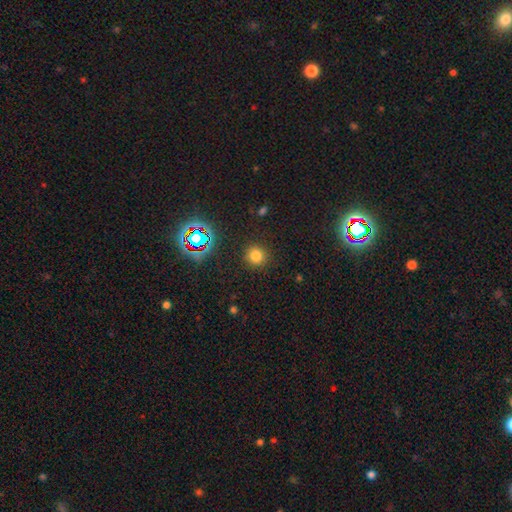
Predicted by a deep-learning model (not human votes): Q: Smooth or featured?
A: smooth (74%); runner-up: star or artifact (20%)
Q: How rounded?
A: round (92%); runner-up: in between (7%)
Q: Merging?
A: none (90%); runner-up: minor disturbance (6%)